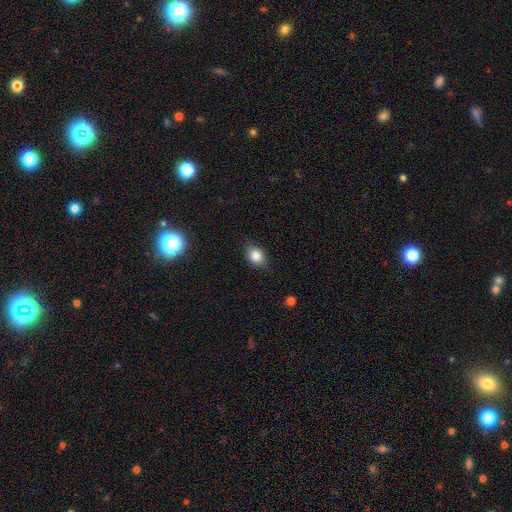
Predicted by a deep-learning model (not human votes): smooth-or-featured: smooth: 82% | star or artifact: 10% | featured or disk: 8%
  how-rounded: in between: 61% | round: 37% | cigar-shaped: 1%
  merging: none: 79% | minor disturbance: 17% | major disturbance: 3% | merger: 1%